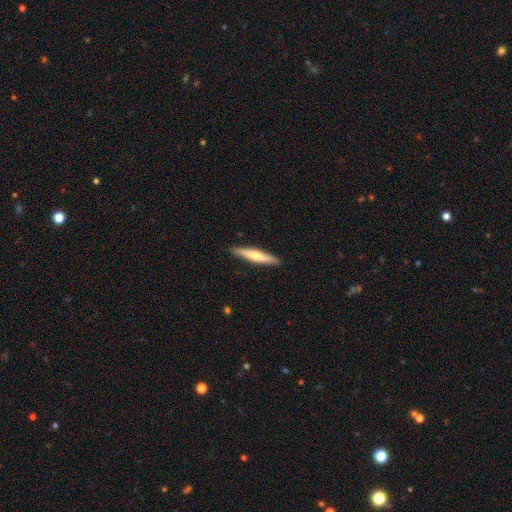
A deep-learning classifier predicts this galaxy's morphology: type=smooth (50%); roundness=cigar-shaped (90%); merging=none (91%).